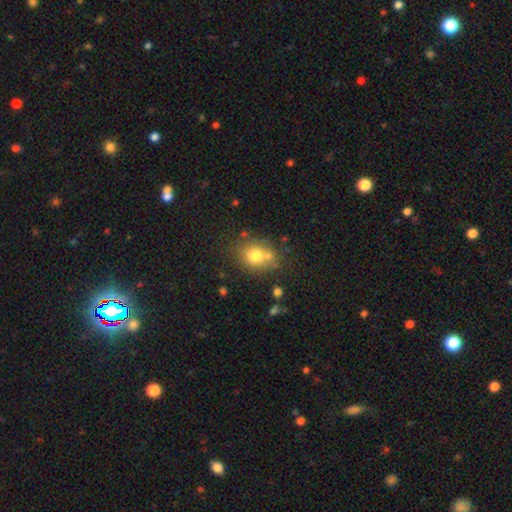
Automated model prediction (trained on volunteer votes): The model was most divided on "how rounded": round: 70%, in between: 29%, cigar-shaped: 1%. More confident: smooth or featured — smooth (74%); merging — none (63%).